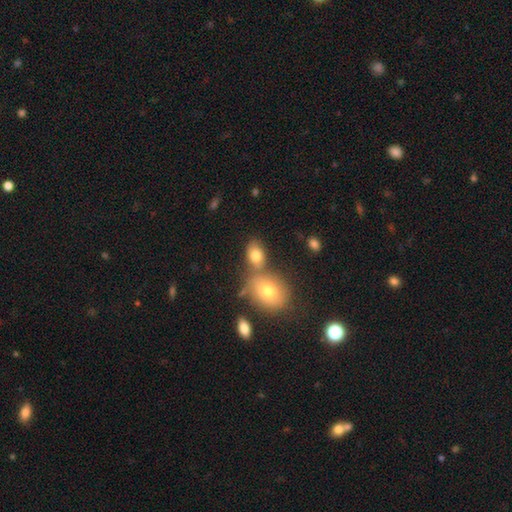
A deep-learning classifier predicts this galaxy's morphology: smooth-or-featured: smooth: 78% | featured or disk: 12% | star or artifact: 10%
  how-rounded: in between: 81% | round: 18% | cigar-shaped: 2%
  merging: none: 52% | merger: 32% | minor disturbance: 12% | major disturbance: 4%